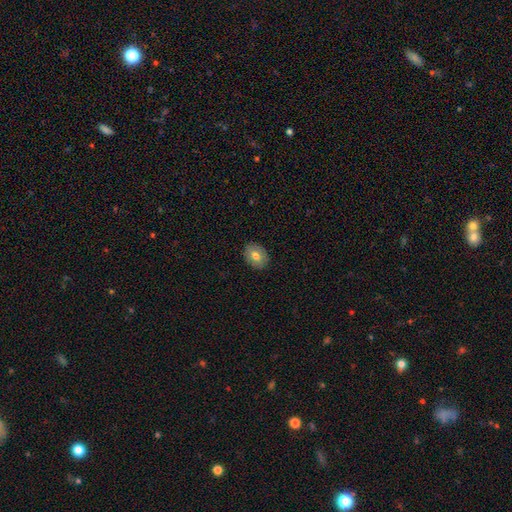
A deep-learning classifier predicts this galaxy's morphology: type=smooth (74%); roundness=in between (68%); merging=none (88%).